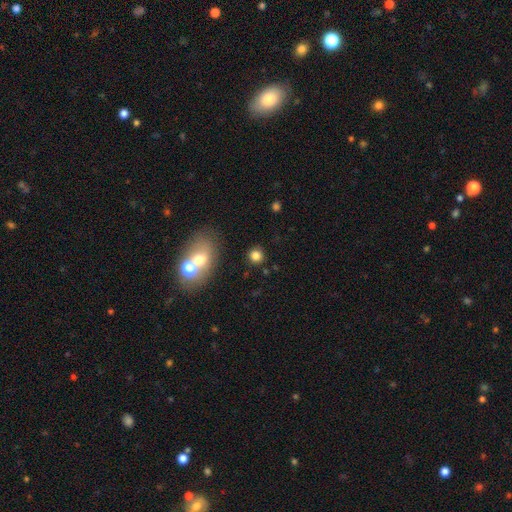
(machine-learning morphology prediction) smooth 79%, star or artifact 14%, featured or disk 7%. Down the decision tree: how rounded — round (89%); merging — none (82%).